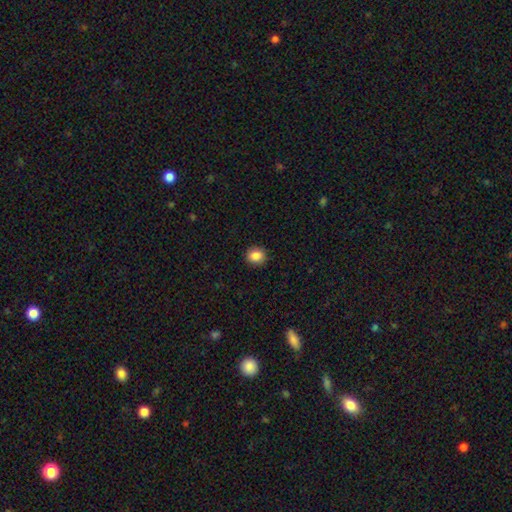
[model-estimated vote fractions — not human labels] Q: Smooth or featured?
A: smooth (87%); runner-up: star or artifact (9%)
Q: How rounded?
A: round (83%); runner-up: in between (16%)
Q: Merging?
A: none (90%); runner-up: minor disturbance (7%)